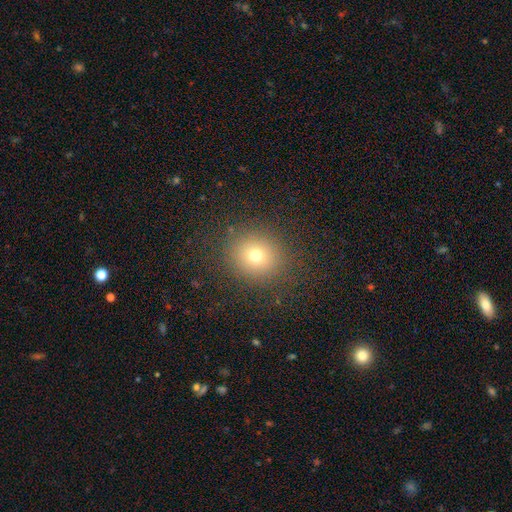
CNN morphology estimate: smooth-or-featured: smooth: 71% | star or artifact: 18% | featured or disk: 11%
  how-rounded: round: 83% | in between: 16% | cigar-shaped: 1%
  merging: none: 87% | minor disturbance: 8% | major disturbance: 4% | merger: 1%